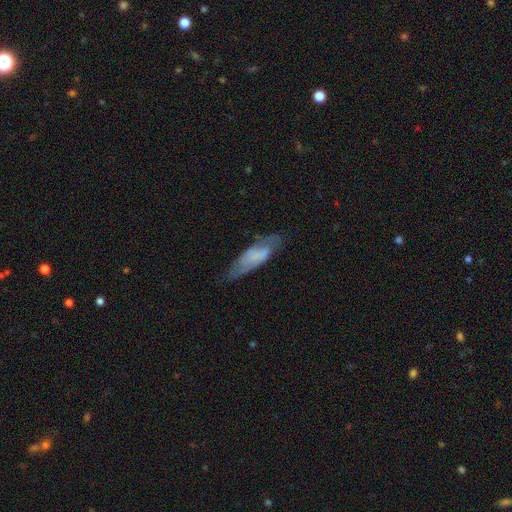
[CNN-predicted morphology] Smooth or featured?
  - featured or disk: 49% *
  - smooth: 44%
  - star or artifact: 7%
Merging?
  - none: 65% *
  - minor disturbance: 24%
  - major disturbance: 10%
  - merger: 2%